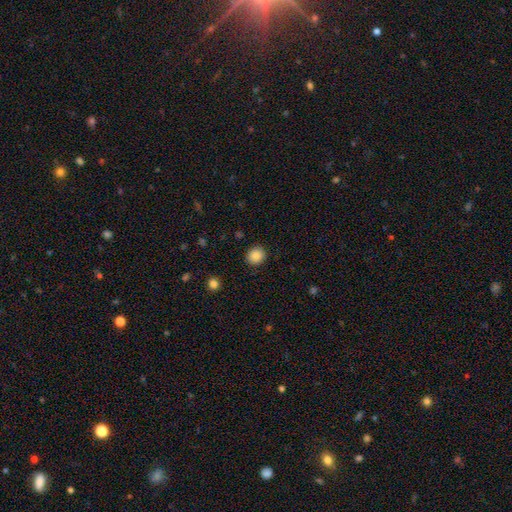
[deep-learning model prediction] smooth-or-featured: smooth: 86% | star or artifact: 9% | featured or disk: 5%
  how-rounded: round: 86% | in between: 13% | cigar-shaped: 1%
  merging: none: 90% | minor disturbance: 7% | major disturbance: 2% | merger: 1%